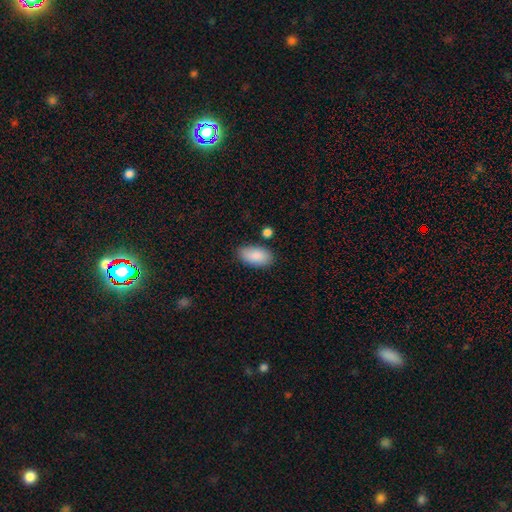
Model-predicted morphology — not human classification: smooth_or_featured: smooth (p=0.88) [alt: star or artifact p=0.06]
how_rounded: in between (p=0.94) [alt: cigar-shaped p=0.03]
merging: none (p=0.79) [alt: minor disturbance p=0.14]